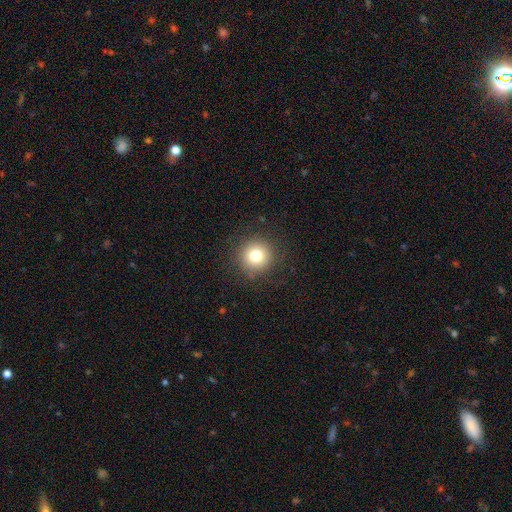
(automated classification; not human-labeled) Smooth or featured? Predicted: smooth (p=0.78). How rounded? Predicted: round (p=0.94). Merging? Predicted: none (p=0.89).